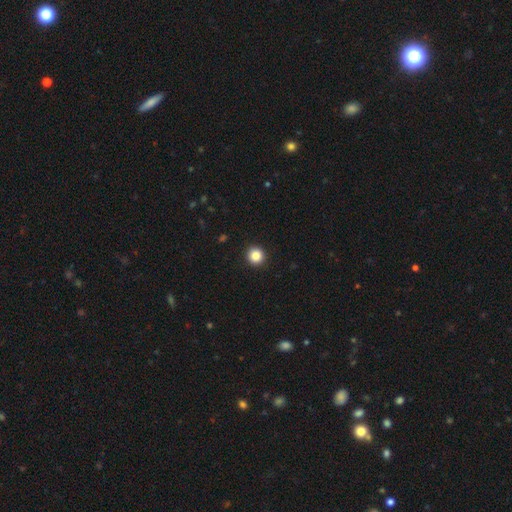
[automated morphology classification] Q: Smooth or featured?
A: smooth (86%); runner-up: star or artifact (10%)
Q: How rounded?
A: round (94%); runner-up: in between (5%)
Q: Merging?
A: none (93%); runner-up: minor disturbance (4%)